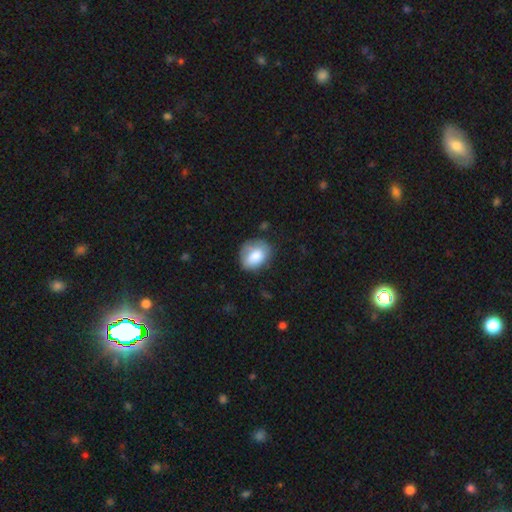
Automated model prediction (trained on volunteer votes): Smooth or featured? smooth (77%)
How rounded? in between (56%)
Merging? none (62%)